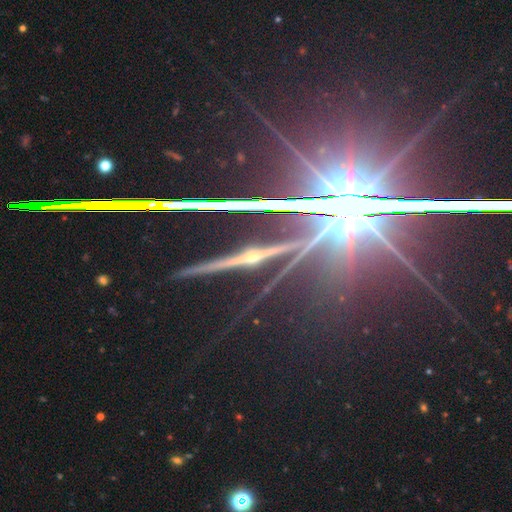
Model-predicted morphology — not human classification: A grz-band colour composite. It shows a star or artifact, not a galaxy (71%).